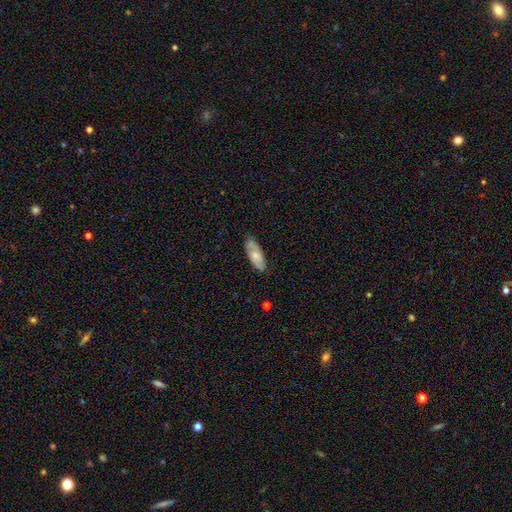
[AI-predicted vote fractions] Smooth or featured: smooth — 54% (featured or disk — 40%)
How rounded: in between — 73% (cigar-shaped — 25%)
Merging: none — 79% (minor disturbance — 17%)